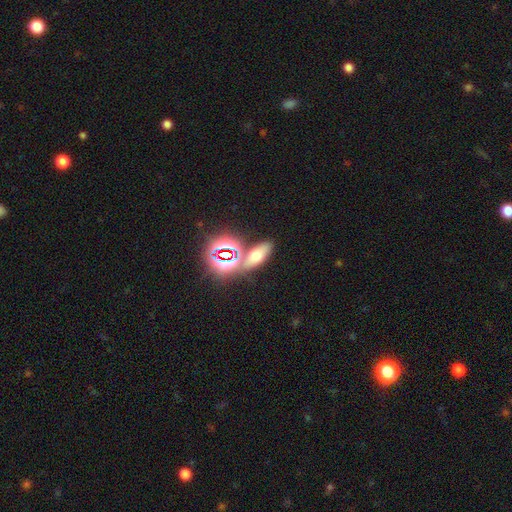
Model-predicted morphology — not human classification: smooth_or_featured: smooth (p=0.51) [alt: star or artifact p=0.33]
how_rounded: in between (p=0.68) [alt: round p=0.18]
merging: none (p=0.66) [alt: merger p=0.18]